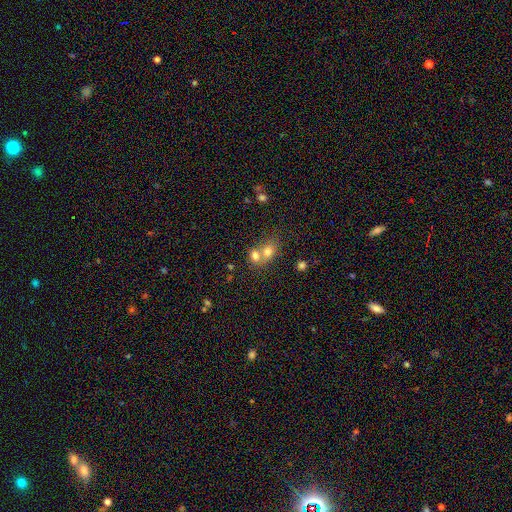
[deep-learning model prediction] Smooth or featured? Predicted: smooth (p=0.74). How rounded? Predicted: round (p=0.52). Merging? Predicted: merger (p=0.64).